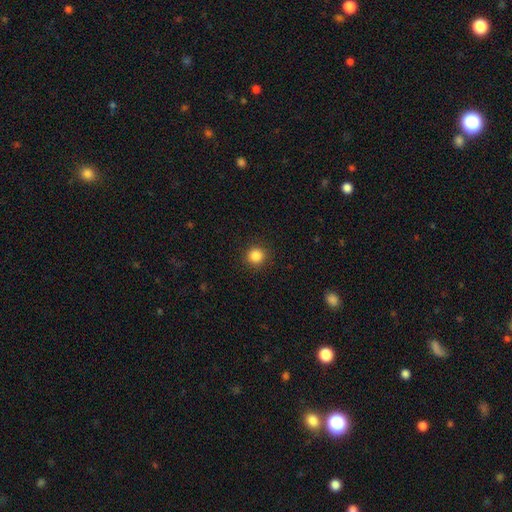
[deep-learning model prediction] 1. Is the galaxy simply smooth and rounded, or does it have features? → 86% smooth, 11% star or artifact, 3% featured or disk.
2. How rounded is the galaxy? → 93% round, 6% in between, 1% cigar-shaped.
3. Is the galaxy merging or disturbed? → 91% none, 6% minor disturbance, 2% major disturbance, 1% merger.